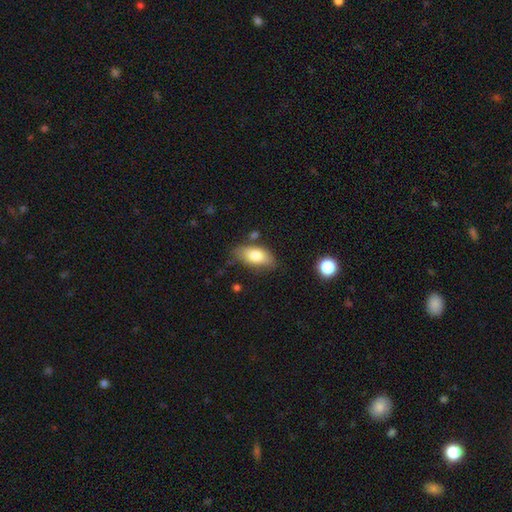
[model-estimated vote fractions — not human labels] smooth-or-featured: smooth: 78% | featured or disk: 15% | star or artifact: 7%
  how-rounded: in between: 90% | cigar-shaped: 7% | round: 3%
  merging: none: 72% | minor disturbance: 19% | merger: 4% | major disturbance: 4%